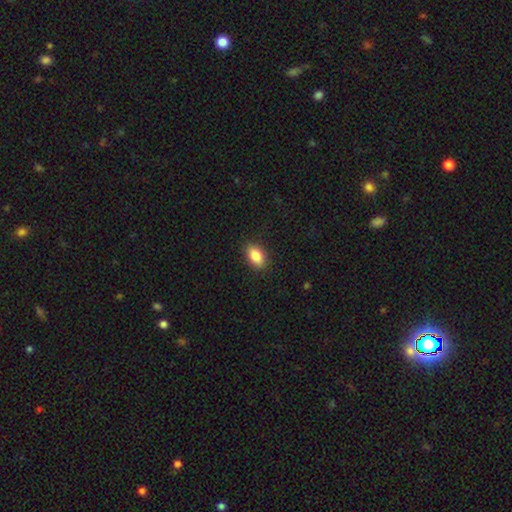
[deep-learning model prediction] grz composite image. It shows a smooth galaxy with no disk features (86%) that is in between round and cigar-shaped (88%). Merging: none (88%).